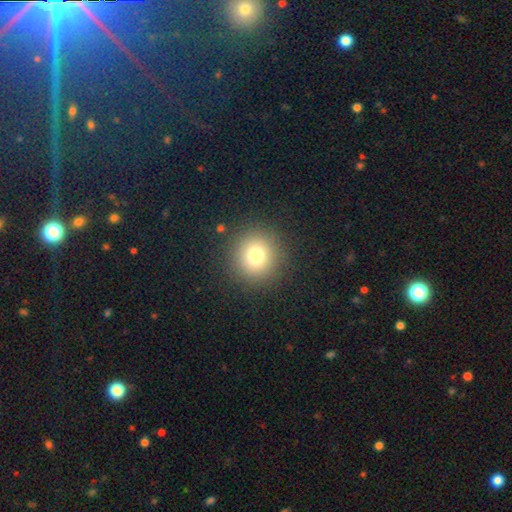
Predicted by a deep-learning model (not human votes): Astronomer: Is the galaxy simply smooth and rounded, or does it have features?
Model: smooth — 76%.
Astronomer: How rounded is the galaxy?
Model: round — 95%.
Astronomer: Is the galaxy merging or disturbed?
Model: none — 90%.